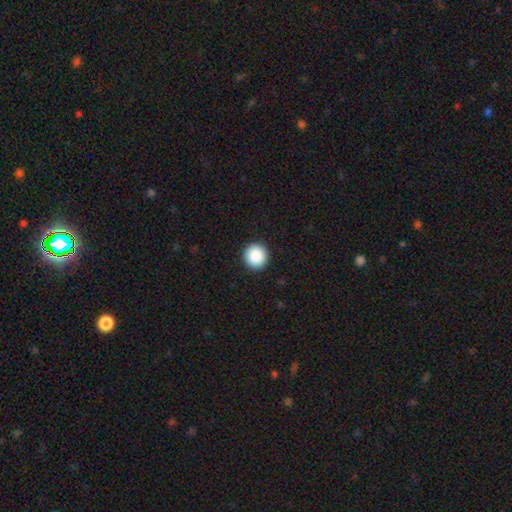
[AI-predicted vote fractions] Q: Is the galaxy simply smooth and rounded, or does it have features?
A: smooth — 89%.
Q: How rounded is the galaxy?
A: round — 95%.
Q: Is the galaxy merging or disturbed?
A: none — 93%.